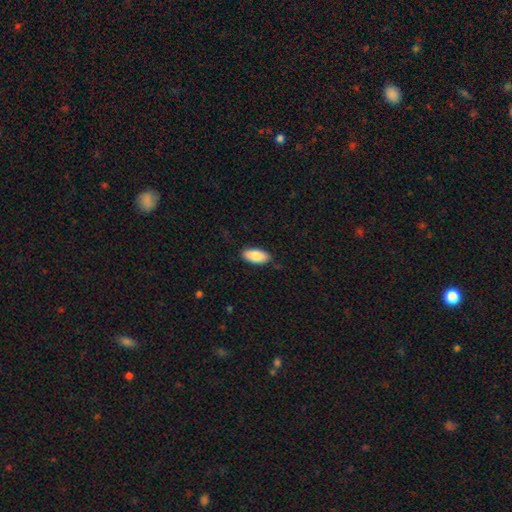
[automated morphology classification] Overall: smooth (86%). How rounded: in between (91%). Merging: none (87%).